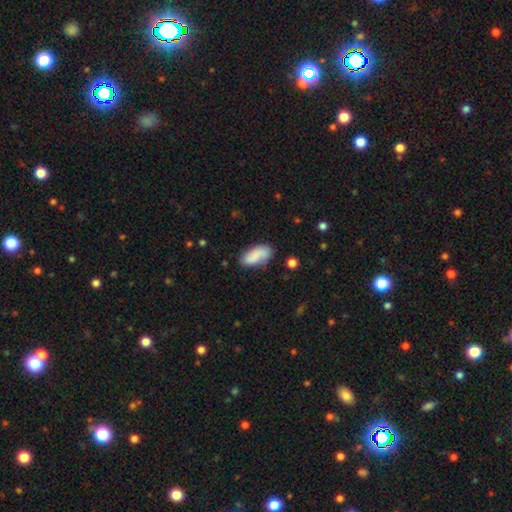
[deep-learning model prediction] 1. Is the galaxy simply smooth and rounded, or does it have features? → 78% smooth, 15% featured or disk, 7% star or artifact.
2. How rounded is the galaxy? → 90% in between, 7% cigar-shaped, 3% round.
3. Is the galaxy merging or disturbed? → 64% none, 24% minor disturbance, 7% major disturbance, 5% merger.